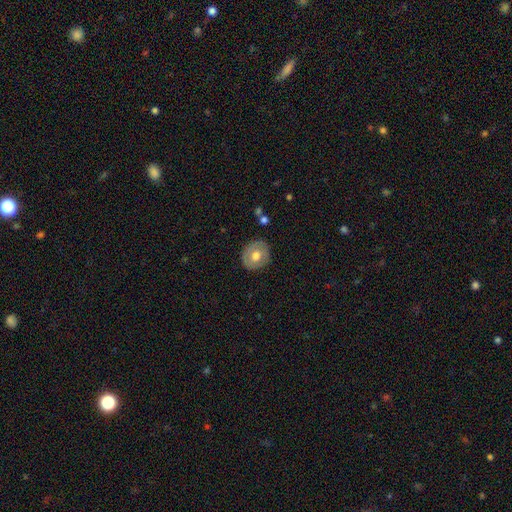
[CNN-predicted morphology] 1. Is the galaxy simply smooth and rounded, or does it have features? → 58% smooth, 35% featured or disk, 7% star or artifact.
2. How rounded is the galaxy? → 75% round, 24% in between, 1% cigar-shaped.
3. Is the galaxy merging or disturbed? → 83% none, 13% minor disturbance, 3% major disturbance, 1% merger.